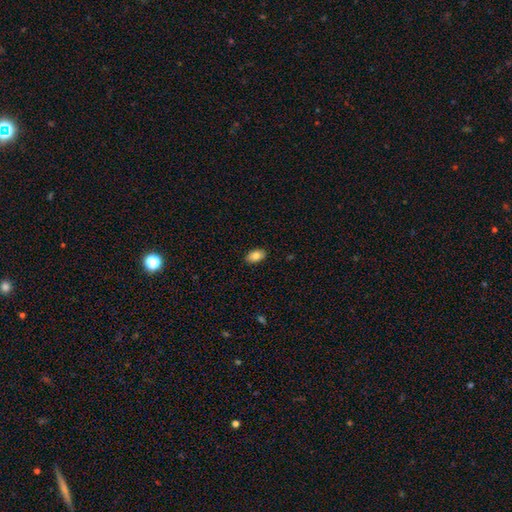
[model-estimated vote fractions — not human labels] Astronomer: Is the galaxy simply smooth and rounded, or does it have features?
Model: smooth — 84%.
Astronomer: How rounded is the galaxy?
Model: in between — 92%.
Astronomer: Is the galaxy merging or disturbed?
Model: none — 89%.